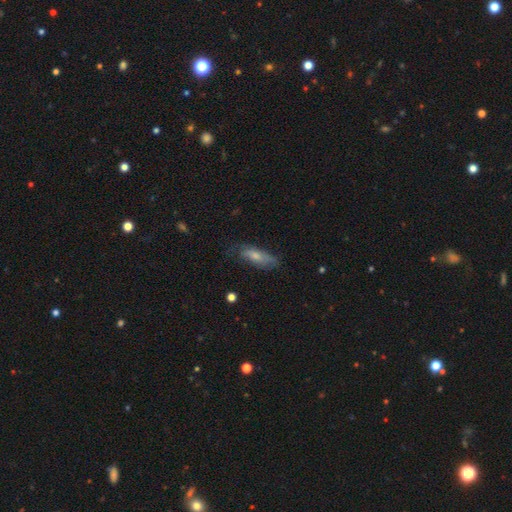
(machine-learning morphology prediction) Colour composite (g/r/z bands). It shows a smooth galaxy with no disk features (59%) that is in between round and cigar-shaped (61%). Merging: none (63%).